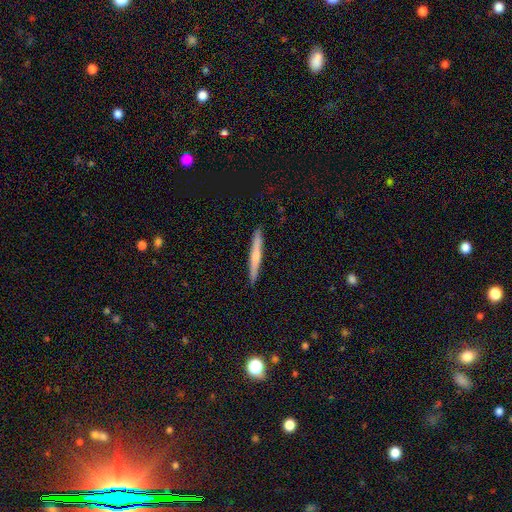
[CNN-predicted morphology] Overall: smooth (55%; featured or disk 39%). How rounded: cigar-shaped (96%). Merging: none (91%).